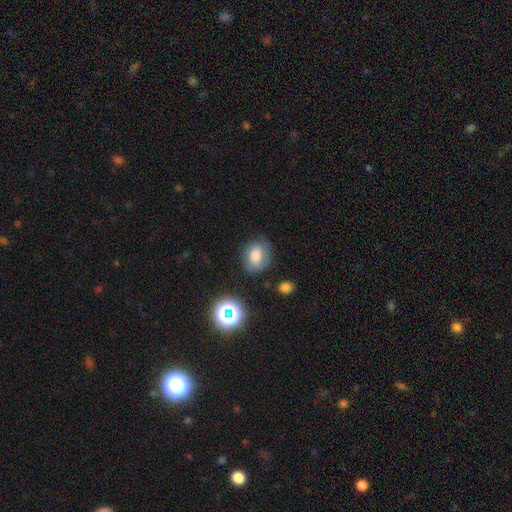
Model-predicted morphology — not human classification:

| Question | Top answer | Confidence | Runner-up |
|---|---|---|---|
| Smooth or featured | smooth | 75% | star or artifact (13%) |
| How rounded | round | 55% | in between (44%) |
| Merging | none | 77% | minor disturbance (16%) |